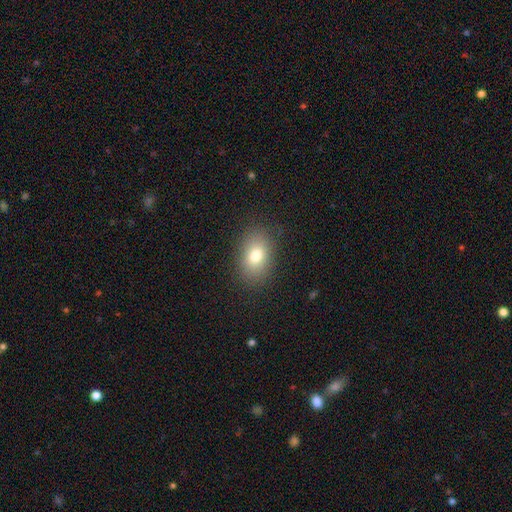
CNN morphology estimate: This is likely a smooth galaxy (78%). How rounded: clearly in between (81%). Merging: clearly none (86%).